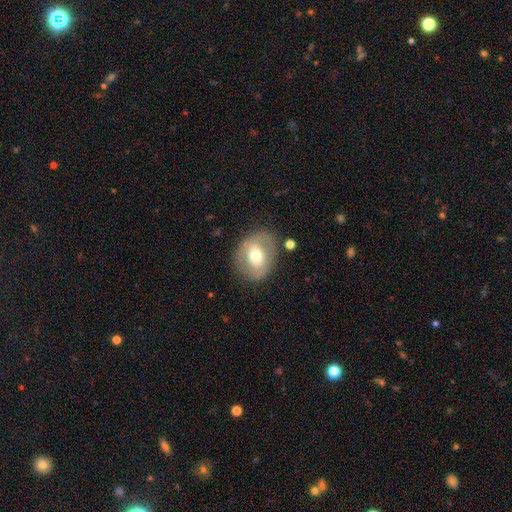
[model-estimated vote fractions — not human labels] Smooth or featured? Predicted: smooth (p=0.50). Merging? Predicted: none (p=0.76).